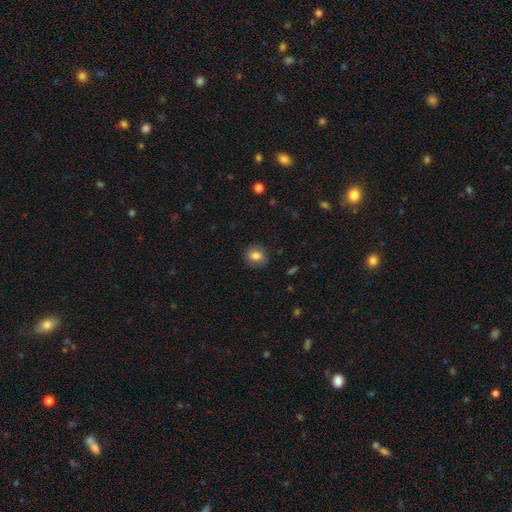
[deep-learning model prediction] This is likely a smooth galaxy (80%). How rounded: possibly round (58%). Merging: clearly none (84%).